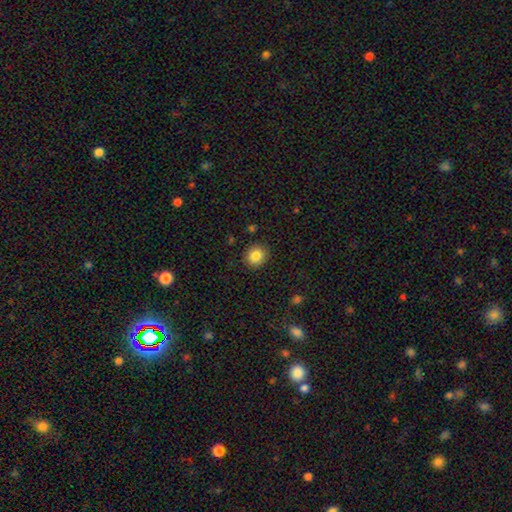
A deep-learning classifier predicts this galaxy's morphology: Smooth or featured: smooth — 84% (star or artifact — 10%)
How rounded: round — 81% (in between — 18%)
Merging: none — 89% (minor disturbance — 7%)